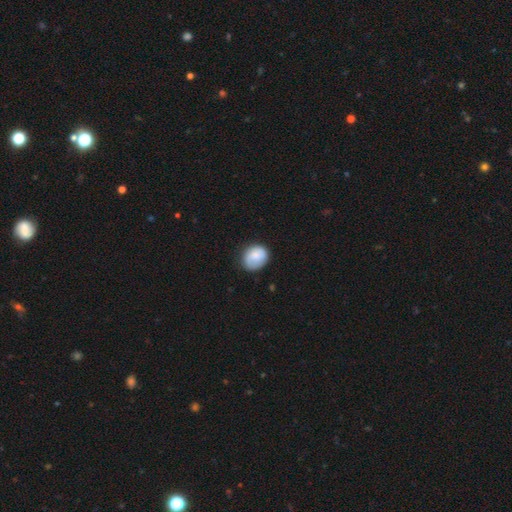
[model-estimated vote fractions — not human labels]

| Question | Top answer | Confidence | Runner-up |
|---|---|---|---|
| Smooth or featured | smooth | 82% | featured or disk (11%) |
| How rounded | round | 58% | in between (42%) |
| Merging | none | 73% | minor disturbance (21%) |